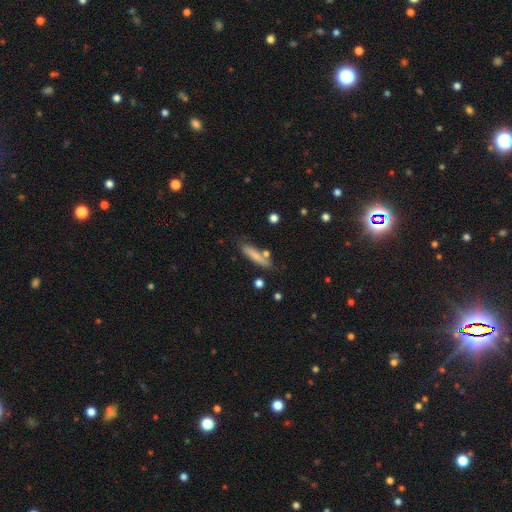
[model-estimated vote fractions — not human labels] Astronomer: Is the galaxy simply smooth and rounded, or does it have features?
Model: smooth — 75%.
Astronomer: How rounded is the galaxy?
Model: cigar-shaped — 81%.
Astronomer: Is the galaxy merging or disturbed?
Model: none — 73%.